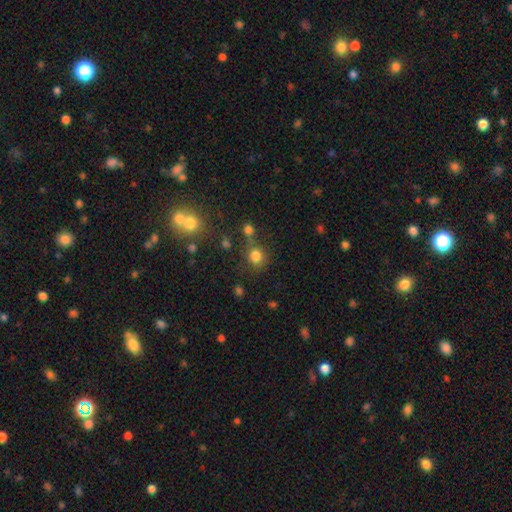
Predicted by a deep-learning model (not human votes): smooth-or-featured: smooth: 79% | star or artifact: 15% | featured or disk: 6%
  how-rounded: round: 85% | in between: 14% | cigar-shaped: 1%
  merging: none: 70% | merger: 13% | minor disturbance: 11% | major disturbance: 5%